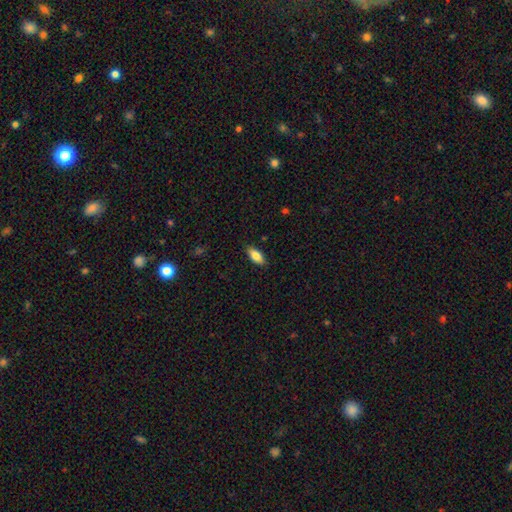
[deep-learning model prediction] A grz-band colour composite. It shows a smooth galaxy with no disk features (82%) that is in between round and cigar-shaped (85%). Merging: none (87%).